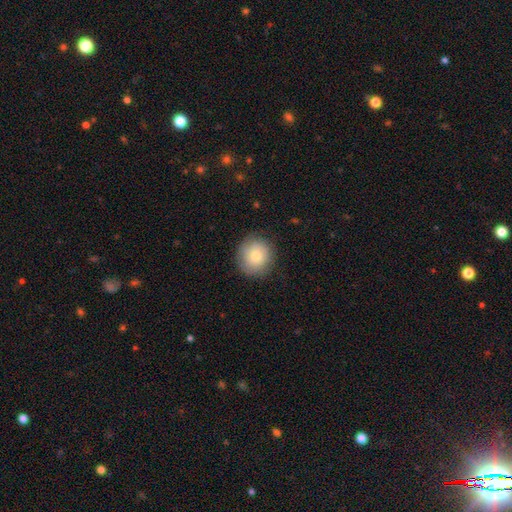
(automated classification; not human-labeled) Smooth or featured: smooth — 76% (featured or disk — 16%)
How rounded: round — 88% (in between — 11%)
Merging: none — 83% (minor disturbance — 12%)